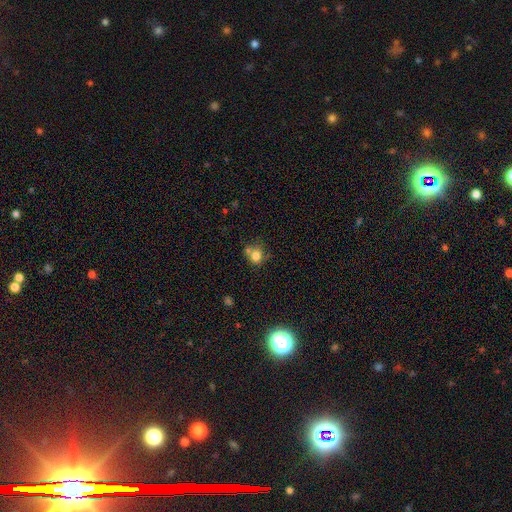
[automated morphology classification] smooth-or-featured: smooth: 77% | star or artifact: 13% | featured or disk: 11%
  how-rounded: round: 74% | in between: 25% | cigar-shaped: 1%
  merging: none: 48% | merger: 29% | minor disturbance: 16% | major disturbance: 7%